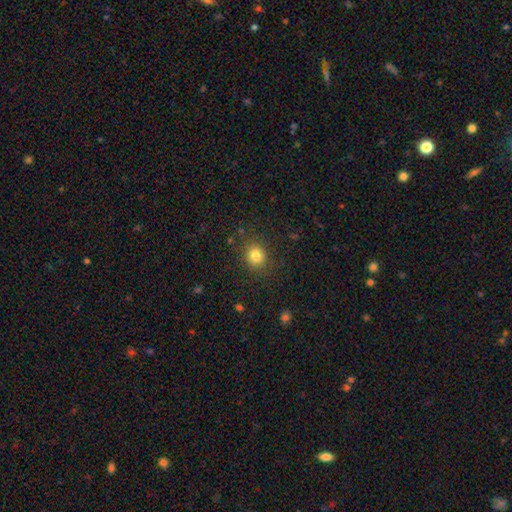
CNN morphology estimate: Smooth or featured? smooth (81%)
How rounded? round (80%)
Merging? none (86%)